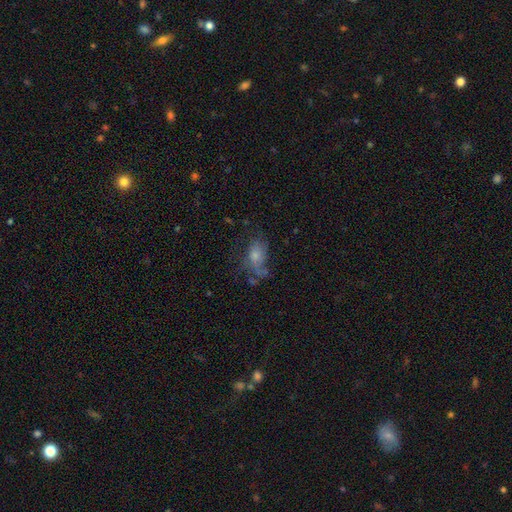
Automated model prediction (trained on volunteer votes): Q: Smooth or featured?
A: smooth (54%); runner-up: featured or disk (32%)
Q: How rounded?
A: in between (84%); runner-up: round (12%)
Q: Merging?
A: none (38%); runner-up: major disturbance (30%)